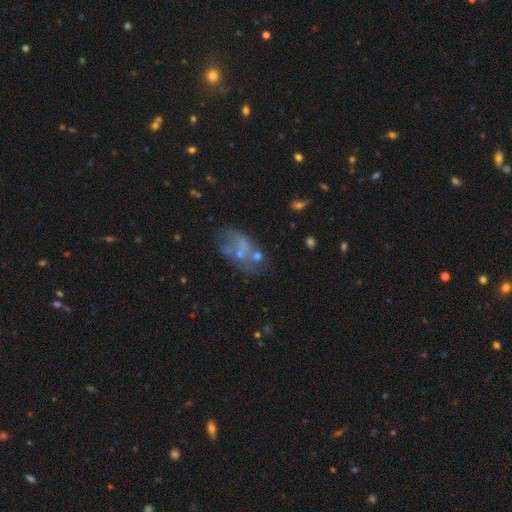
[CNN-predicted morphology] Smooth or featured? featured or disk (47%)
Merging? none (37%)